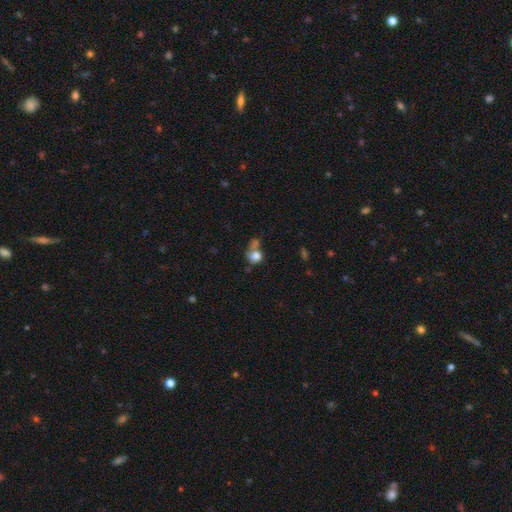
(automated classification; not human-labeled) A smooth galaxy with no disk features (75%) that is round (72%). Merging: merger (39%).